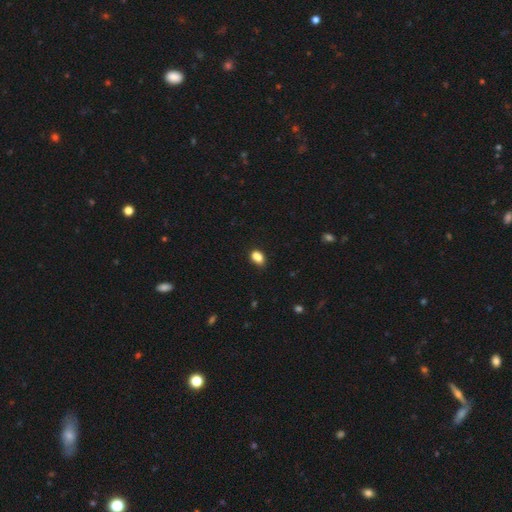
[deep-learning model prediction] Smooth or featured? Predicted: smooth (p=0.83). How rounded? Predicted: in between (p=0.75). Merging? Predicted: none (p=0.60).